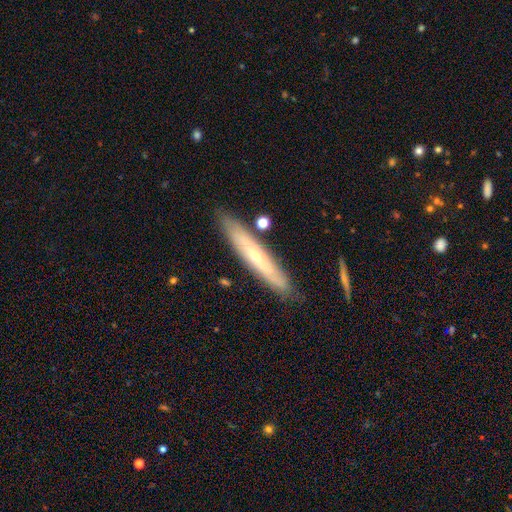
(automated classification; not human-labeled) Smooth or featured? Predicted: featured or disk (p=0.56). Edge-on disk? Predicted: yes (p=0.70). Merging? Predicted: none (p=0.84).